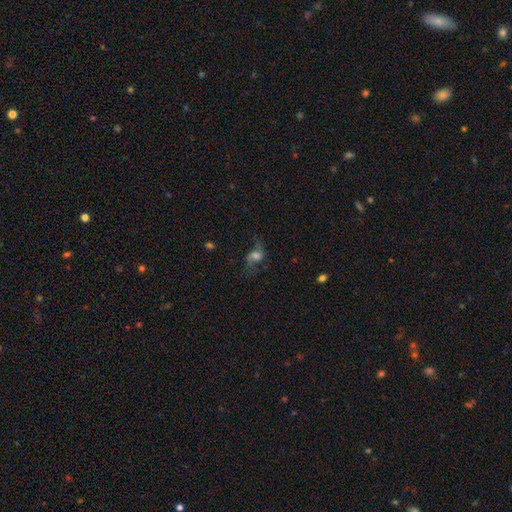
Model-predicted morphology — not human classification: featured or disk 56%, smooth 30%, star or artifact 13%. Down the decision tree: edge-on disk — no (94%); bar — no (55%); spiral arms — yes (85%); bulge size — moderate (44%); merging — none (55%).